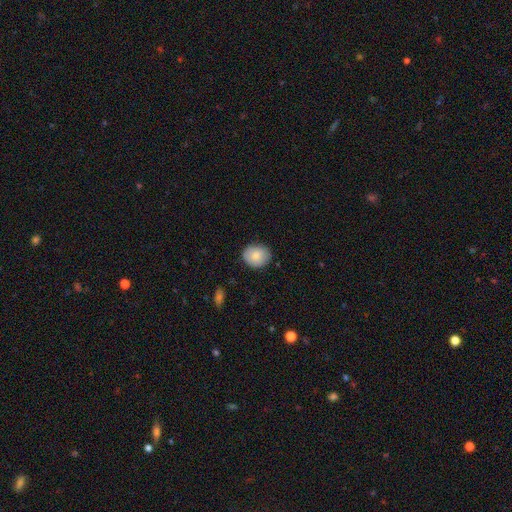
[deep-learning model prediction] This is clearly a smooth galaxy (81%). How rounded: likely round (63%). Merging: clearly none (83%).